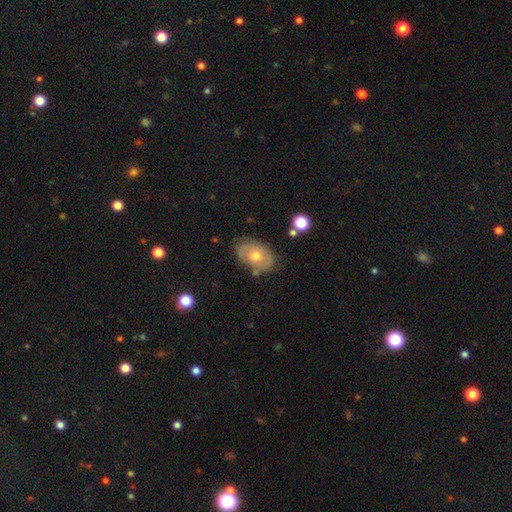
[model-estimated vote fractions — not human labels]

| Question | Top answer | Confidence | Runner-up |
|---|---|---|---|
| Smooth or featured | featured or disk | 49% | smooth (42%) |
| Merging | none | 73% | minor disturbance (19%) |